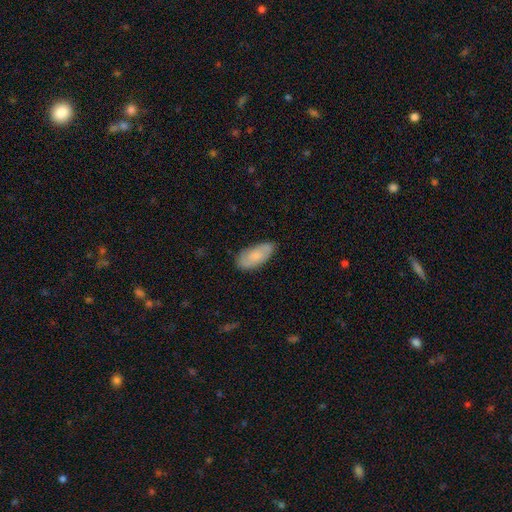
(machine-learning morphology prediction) The model was most divided on "smooth or featured": smooth: 71%, featured or disk: 23%, star or artifact: 6%. More confident: how rounded — in between (88%); merging — none (75%).